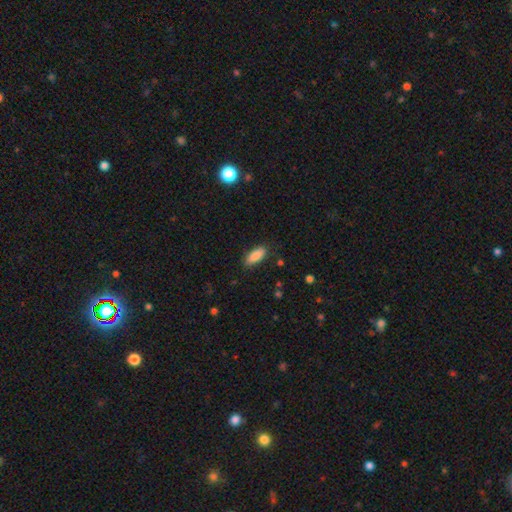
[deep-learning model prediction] This is clearly a smooth galaxy (87%). How rounded: likely in between (76%). Merging: clearly none (84%).